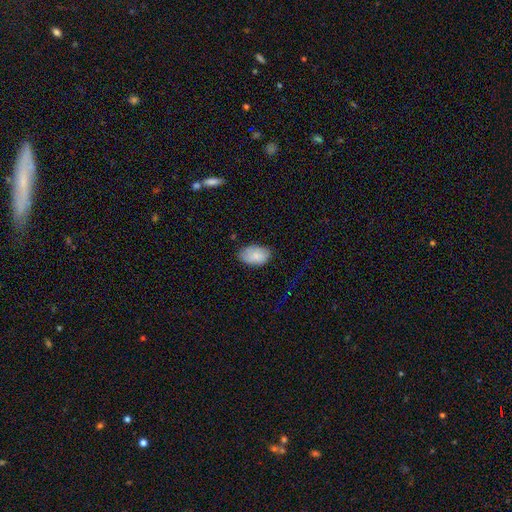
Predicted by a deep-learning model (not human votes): This is clearly a smooth galaxy (84%). How rounded: clearly in between (92%). Merging: likely none (71%).